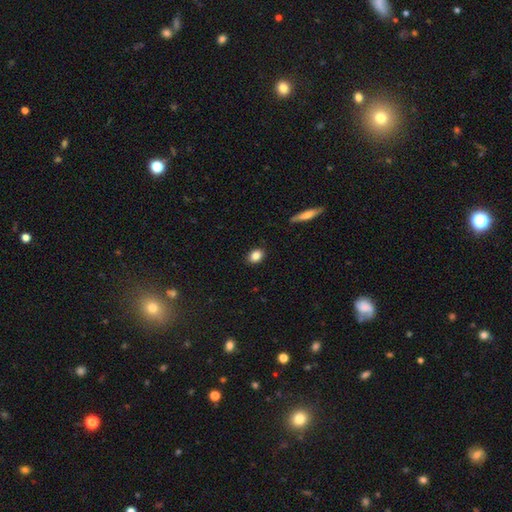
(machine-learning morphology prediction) smooth 85%, star or artifact 9%, featured or disk 6%. Down the decision tree: how rounded — in between (61%); merging — none (88%).